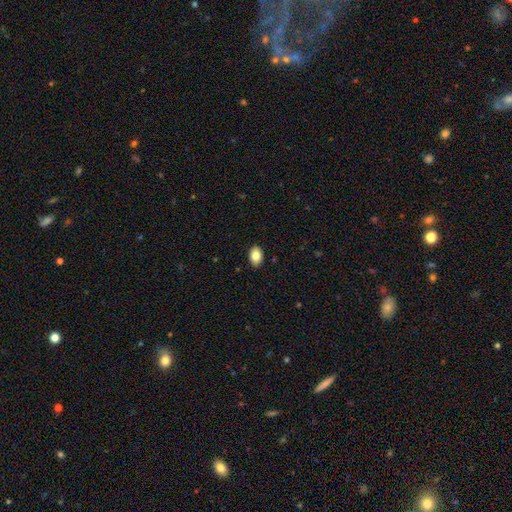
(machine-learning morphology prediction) Smooth or featured? Predicted: smooth (p=0.85). How rounded? Predicted: in between (p=0.88). Merging? Predicted: none (p=0.89).